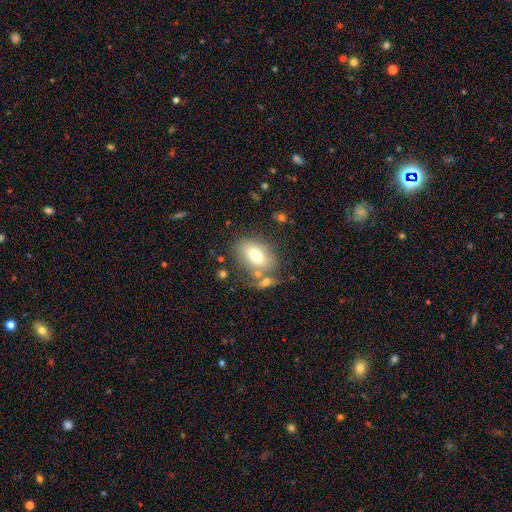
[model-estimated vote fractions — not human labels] The model was most divided on "merging": none: 65%, minor disturbance: 15%, merger: 14%, major disturbance: 6%. More confident: how rounded — in between (85%); smooth or featured — smooth (71%).